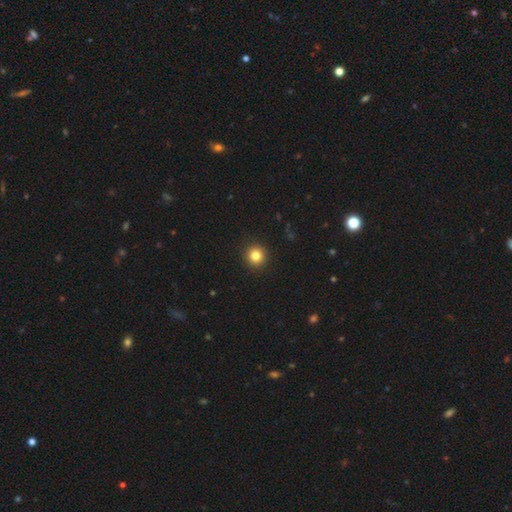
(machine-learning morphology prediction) Smooth or featured? smooth (83%)
How rounded? round (95%)
Merging? none (93%)